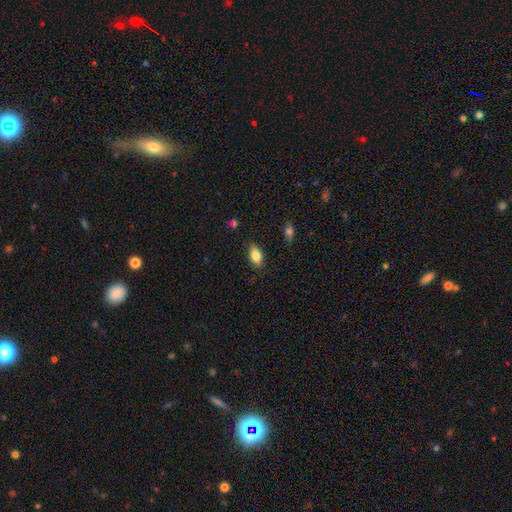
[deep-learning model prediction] Morphology: type=smooth (83%); roundness=in between (89%); merging=none (83%).